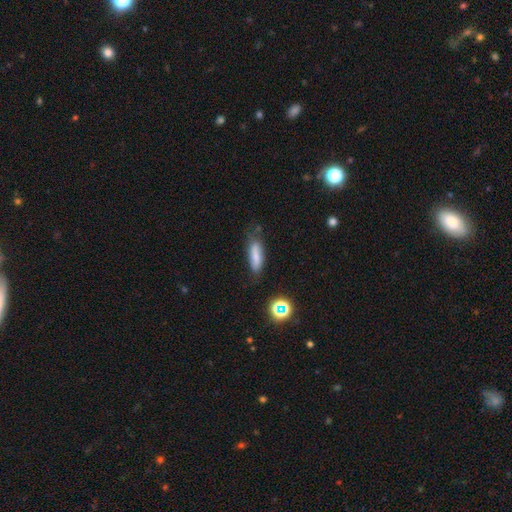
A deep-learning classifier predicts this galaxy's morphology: Overall: smooth (70%). How rounded: in between (51%; cigar-shaped 46%). Merging: none (60%; minor disturbance 27%).